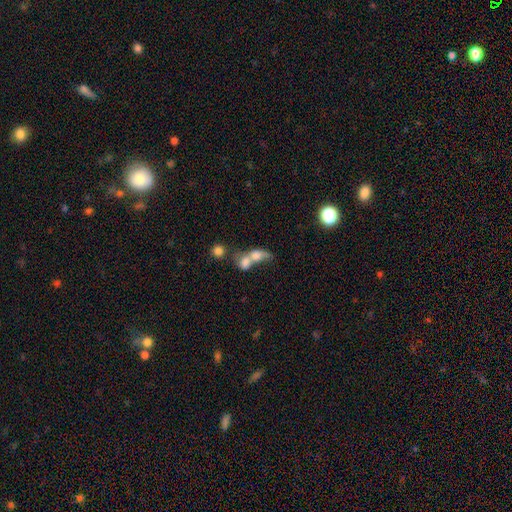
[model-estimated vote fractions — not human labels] Smooth or featured? smooth (65%)
How rounded? in between (60%)
Merging? merger (75%)